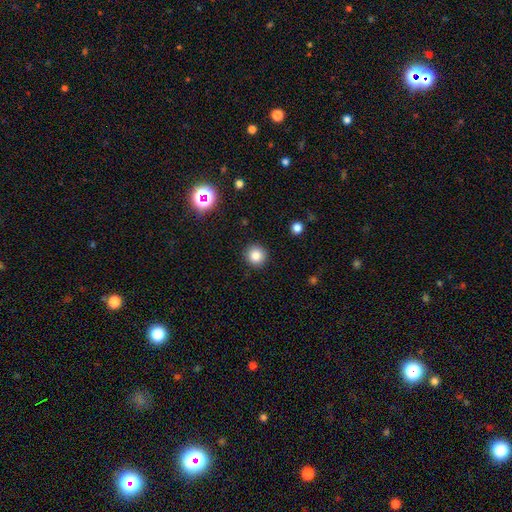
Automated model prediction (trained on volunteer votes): Smooth or featured? smooth (84%)
How rounded? round (93%)
Merging? none (91%)